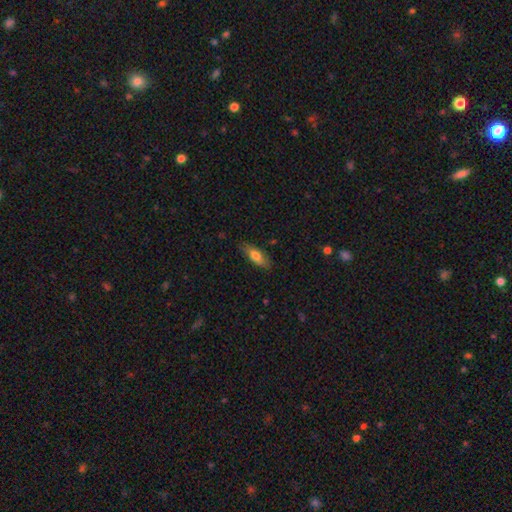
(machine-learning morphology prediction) Q: Smooth or featured?
A: smooth (70%); runner-up: featured or disk (24%)
Q: How rounded?
A: in between (67%); runner-up: cigar-shaped (30%)
Q: Merging?
A: none (82%); runner-up: minor disturbance (14%)